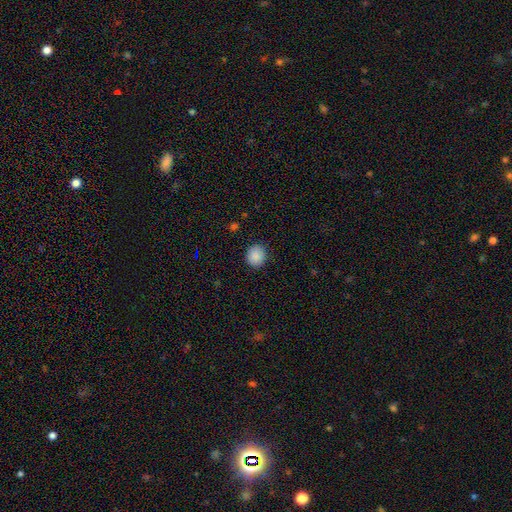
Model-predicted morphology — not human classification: A smooth galaxy with no disk features (89%) that is round (80%).

Vote fractions:
- Smooth or featured? smooth: 89% / star or artifact: 8% / featured or disk: 3%
- How rounded? round: 80% / in between: 19% / cigar-shaped: 1%
- Merging? none: 88% / minor disturbance: 8% / major disturbance: 2% / merger: 1%